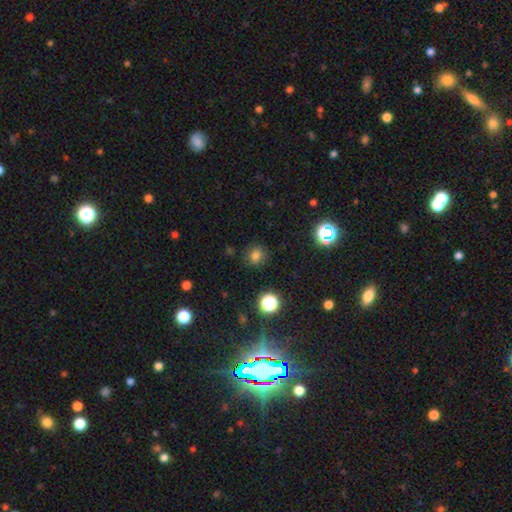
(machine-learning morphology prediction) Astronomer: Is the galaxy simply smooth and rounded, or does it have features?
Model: smooth — 76%.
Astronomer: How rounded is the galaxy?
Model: round — 84%.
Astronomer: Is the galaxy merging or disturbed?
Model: none — 87%.